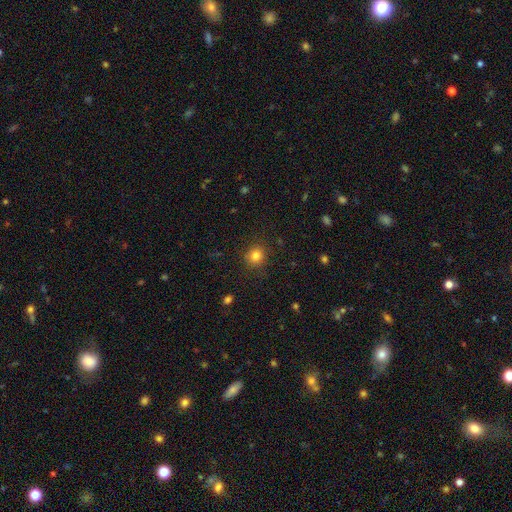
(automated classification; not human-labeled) This appears to be a smooth galaxy with no disk features (82%) that is round (87%). Merging: none (88%).